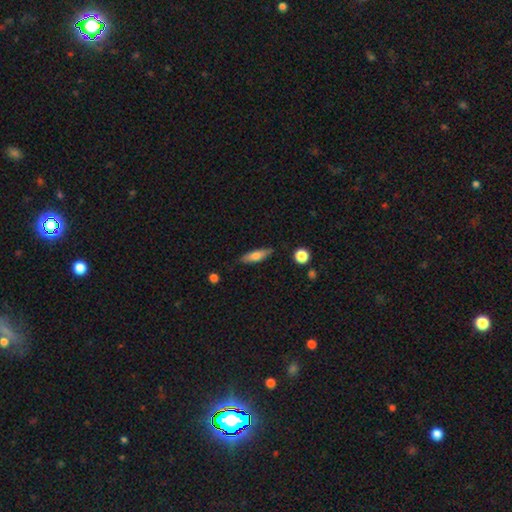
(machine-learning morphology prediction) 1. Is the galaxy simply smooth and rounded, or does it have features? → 66% smooth, 28% featured or disk, 7% star or artifact.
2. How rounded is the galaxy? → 55% cigar-shaped, 42% in between, 3% round.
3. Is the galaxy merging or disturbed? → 83% none, 13% minor disturbance, 3% major disturbance, 2% merger.